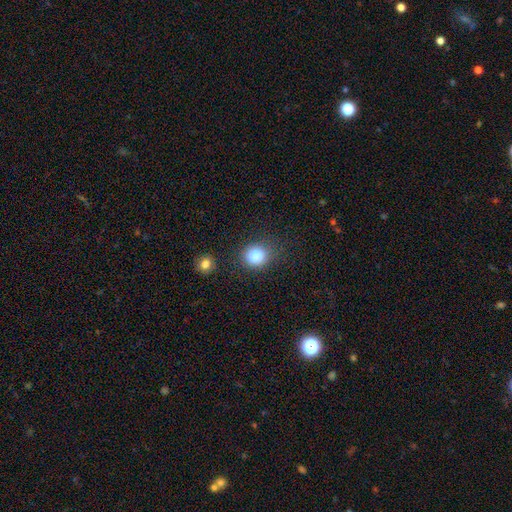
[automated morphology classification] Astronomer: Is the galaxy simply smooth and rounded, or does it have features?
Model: smooth — 85%.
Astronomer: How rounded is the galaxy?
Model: round — 78%.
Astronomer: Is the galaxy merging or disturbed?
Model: none — 76%.